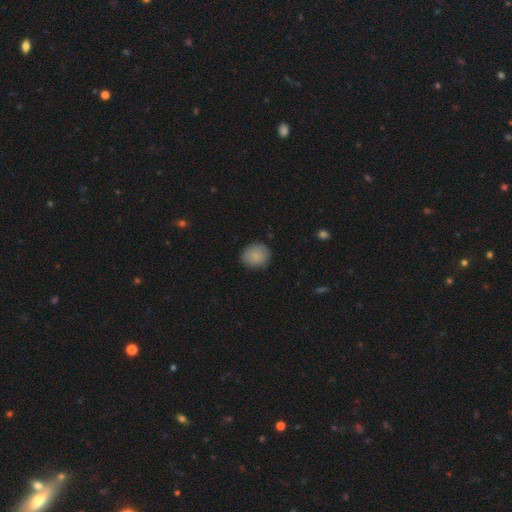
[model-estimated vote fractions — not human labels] Smooth or featured: smooth — 86% (star or artifact — 7%)
How rounded: round — 73% (in between — 26%)
Merging: none — 85% (minor disturbance — 11%)